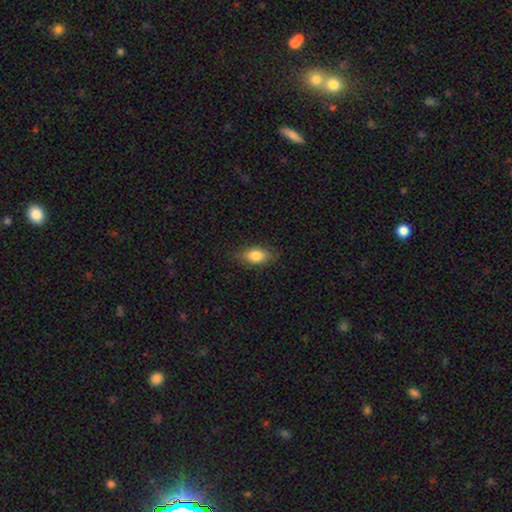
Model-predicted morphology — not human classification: A smooth galaxy with no disk features (84%) that is in between round and cigar-shaped (87%). Merging: none (85%).